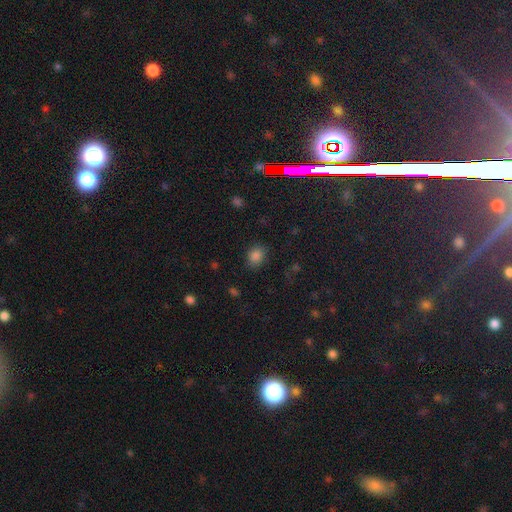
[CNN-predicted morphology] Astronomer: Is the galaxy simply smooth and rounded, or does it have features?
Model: smooth — 84%.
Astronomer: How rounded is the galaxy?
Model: round — 54% (runner-up: in between, 46%).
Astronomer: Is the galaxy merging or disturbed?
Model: none — 82%.